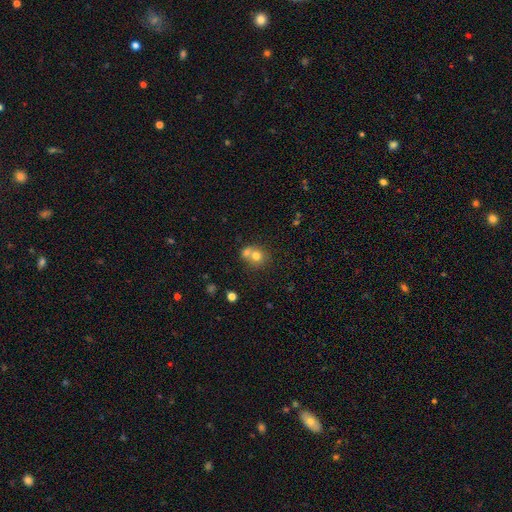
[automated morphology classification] Smooth or featured? Predicted: smooth (p=0.72). How rounded? Predicted: round (p=0.80). Merging? Predicted: merger (p=0.54).